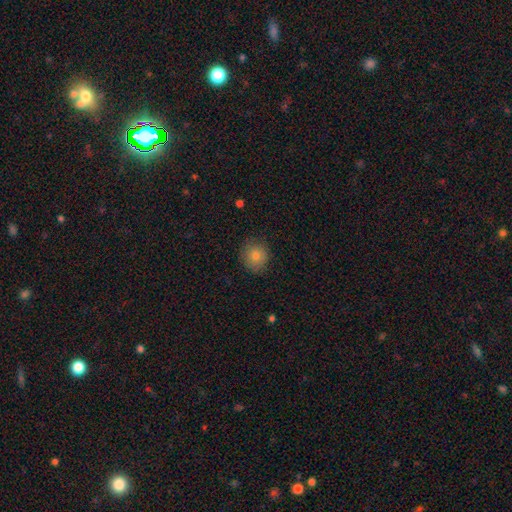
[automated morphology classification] Q: Smooth or featured?
A: smooth (80%); runner-up: star or artifact (11%)
Q: How rounded?
A: round (88%); runner-up: in between (11%)
Q: Merging?
A: none (86%); runner-up: minor disturbance (11%)